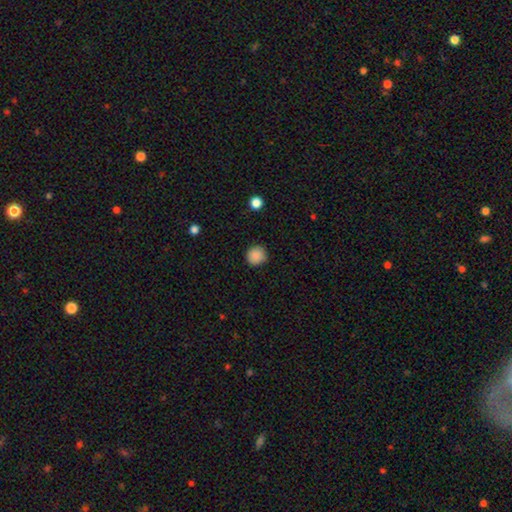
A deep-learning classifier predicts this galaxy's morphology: Overall: smooth (88%). How rounded: round (93%). Merging: none (90%).